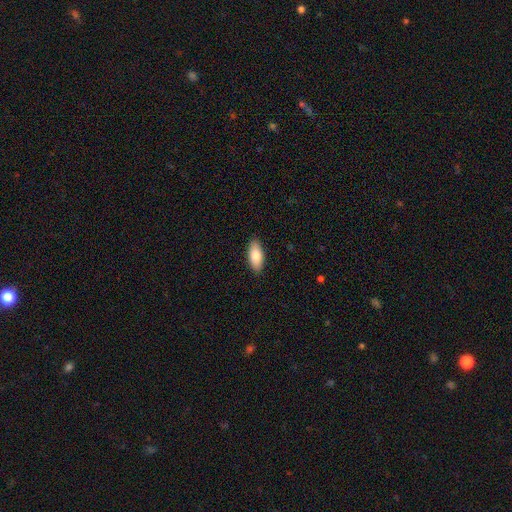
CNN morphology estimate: Smooth or featured?
  - smooth: 81% *
  - featured or disk: 13%
  - star or artifact: 6%
How rounded?
  - in between: 85% *
  - cigar-shaped: 13%
  - round: 2%
Merging?
  - none: 90% *
  - minor disturbance: 8%
  - major disturbance: 2%
  - merger: 1%